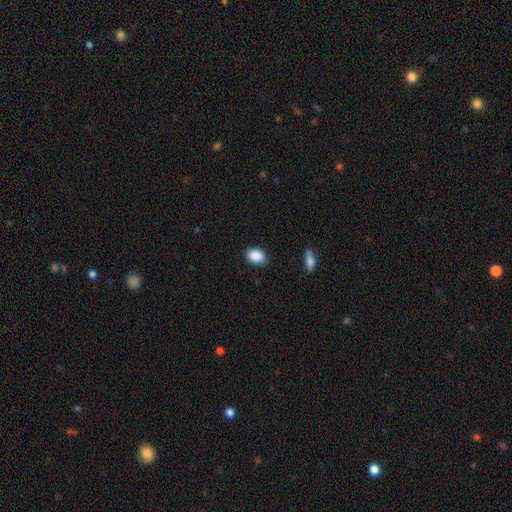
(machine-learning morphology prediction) smooth_or_featured: smooth (p=0.89) [alt: star or artifact p=0.08]
how_rounded: in between (p=0.78) [alt: round p=0.20]
merging: none (p=0.80) [alt: minor disturbance p=0.16]